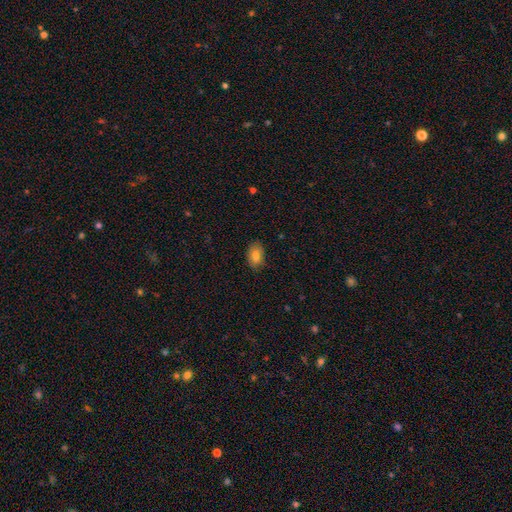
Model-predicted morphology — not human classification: Smooth or featured? smooth (83%)
How rounded? in between (91%)
Merging? none (85%)